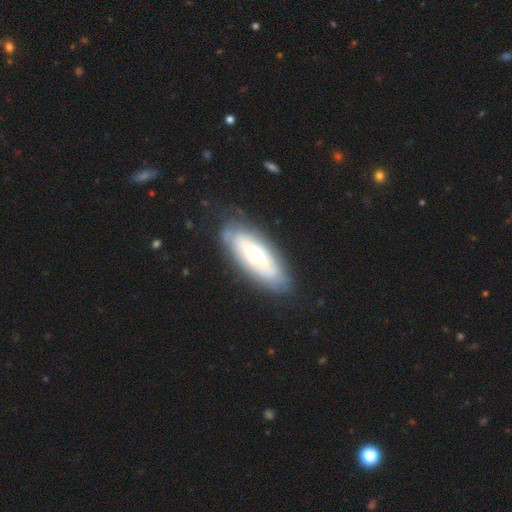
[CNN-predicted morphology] smooth-or-featured: featured or disk: 56% | smooth: 37% | star or artifact: 6%
  disk-edge-on: no: 76% | yes: 24%
  merging: none: 74% | minor disturbance: 18% | major disturbance: 6% | merger: 2%